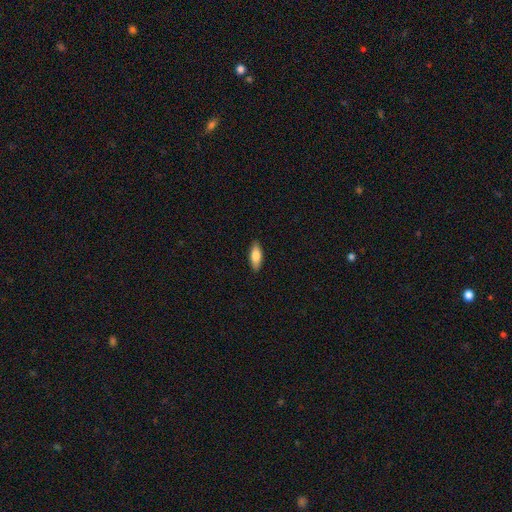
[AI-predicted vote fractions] Smooth or featured? Predicted: smooth (p=0.75). How rounded? Predicted: in between (p=0.67). Merging? Predicted: none (p=0.89).